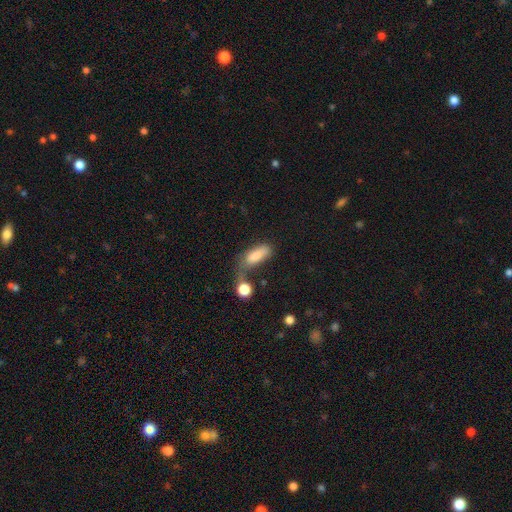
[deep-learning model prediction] smooth_or_featured: smooth (p=0.80) [alt: featured or disk p=0.12]
how_rounded: in between (p=0.75) [alt: cigar-shaped p=0.21]
merging: merger (p=0.32) [alt: none p=0.27]